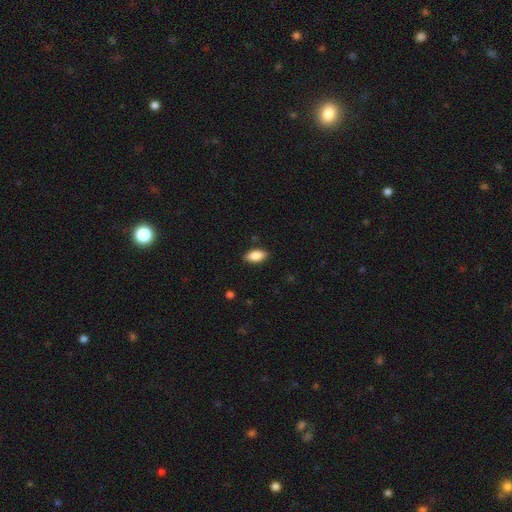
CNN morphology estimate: type=smooth (85%); roundness=in between (89%); merging=none (87%).